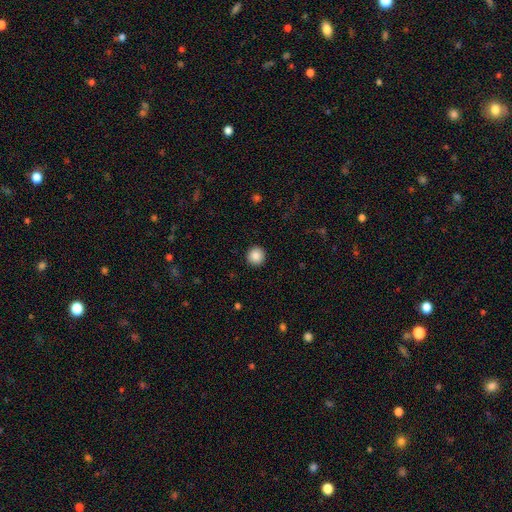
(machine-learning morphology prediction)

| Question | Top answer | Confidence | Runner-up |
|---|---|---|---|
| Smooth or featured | smooth | 87% | star or artifact (9%) |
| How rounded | round | 95% | in between (4%) |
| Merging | none | 93% | minor disturbance (4%) |